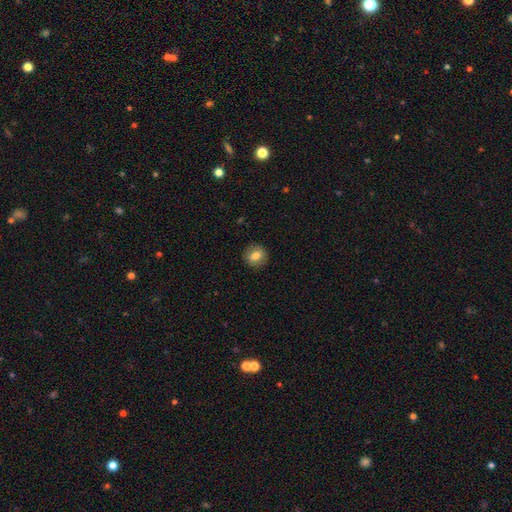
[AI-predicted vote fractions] Overall: smooth (75%). How rounded: round (86%). Merging: none (90%).